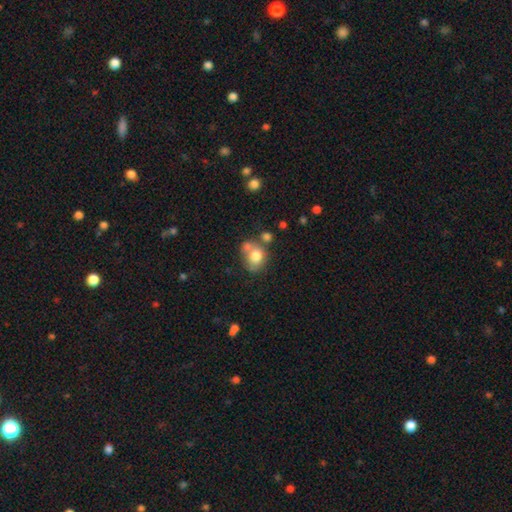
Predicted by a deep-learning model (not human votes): Smooth or featured? Predicted: smooth (p=0.73). How rounded? Predicted: round (p=0.59). Merging? Predicted: none (p=0.37).